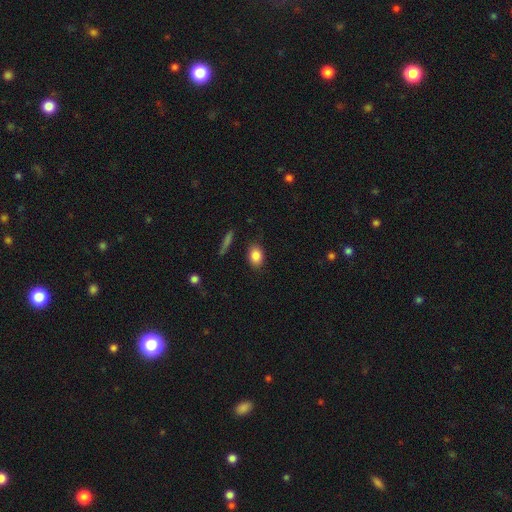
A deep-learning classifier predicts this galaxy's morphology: type=smooth (85%); roundness=in between (76%); merging=none (85%).